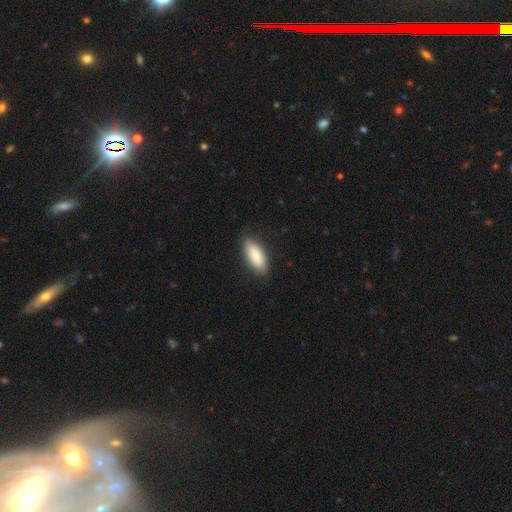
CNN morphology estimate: smooth 85%, featured or disk 9%, star or artifact 6%. Down the decision tree: how rounded — in between (82%); merging — none (80%).